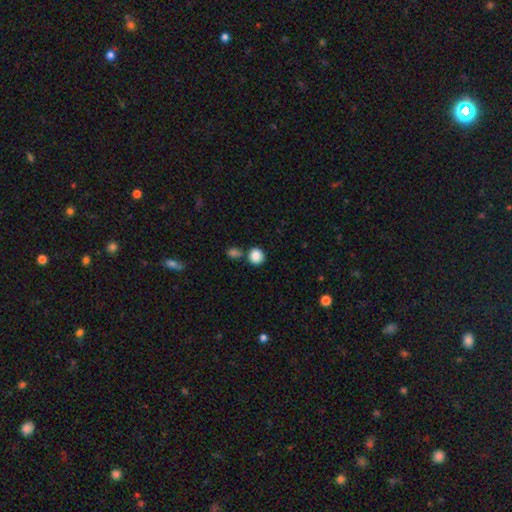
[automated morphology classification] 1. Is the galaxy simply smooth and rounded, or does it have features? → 87% smooth, 9% star or artifact, 4% featured or disk.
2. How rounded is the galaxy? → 85% round, 14% in between, 1% cigar-shaped.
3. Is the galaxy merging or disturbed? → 69% none, 17% merger, 10% minor disturbance, 3% major disturbance.